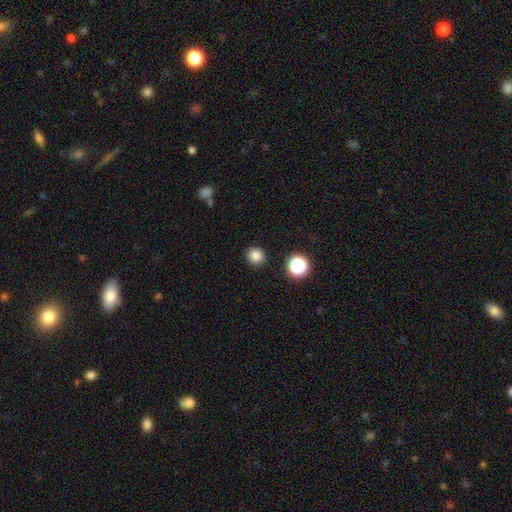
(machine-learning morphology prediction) type=smooth (83%); roundness=round (93%); merging=none (91%).